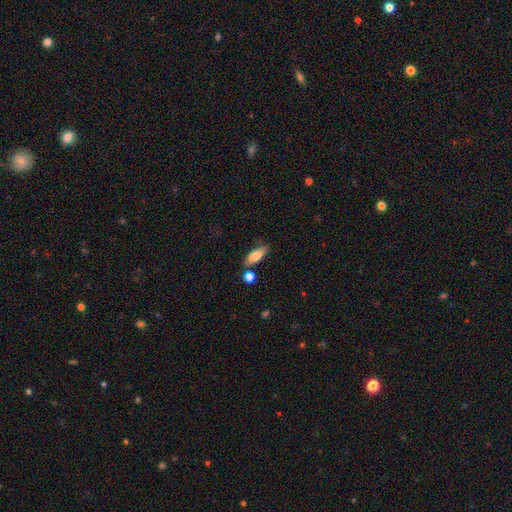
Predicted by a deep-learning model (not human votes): The model was most divided on "how rounded": in between: 67%, cigar-shaped: 29%, round: 4%. More confident: smooth or featured — smooth (76%); merging — none (73%).